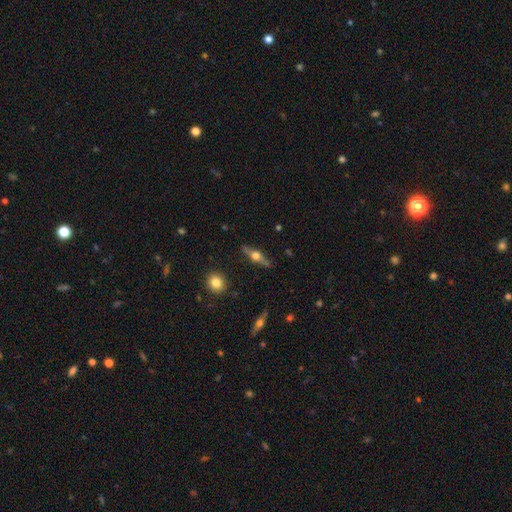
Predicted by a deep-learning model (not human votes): Q: Smooth or featured?
A: featured or disk (74%); runner-up: smooth (20%)
Q: Edge-on disk?
A: yes (96%); runner-up: no (4%)
Q: Edge-on bulge?
A: rounded (95%); runner-up: boxy (3%)
Q: Merging?
A: none (87%); runner-up: minor disturbance (9%)